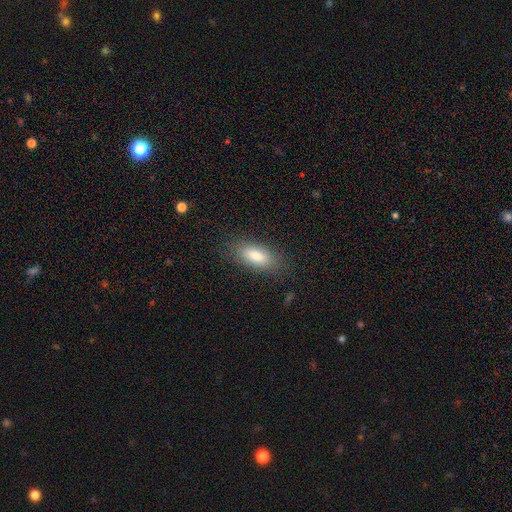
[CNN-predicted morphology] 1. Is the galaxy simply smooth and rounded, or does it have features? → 83% smooth, 10% featured or disk, 7% star or artifact.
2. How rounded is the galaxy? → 78% in between, 19% cigar-shaped, 3% round.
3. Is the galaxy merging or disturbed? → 83% none, 12% minor disturbance, 4% major disturbance, 1% merger.